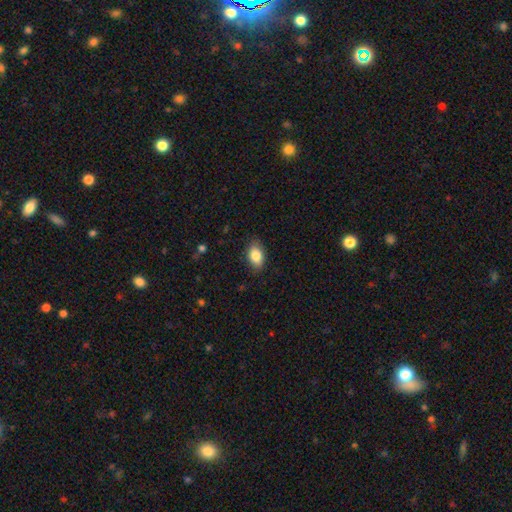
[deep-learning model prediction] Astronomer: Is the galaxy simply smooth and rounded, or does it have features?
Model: smooth — 84%.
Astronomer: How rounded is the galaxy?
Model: in between — 88%.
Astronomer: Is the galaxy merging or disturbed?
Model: none — 84%.